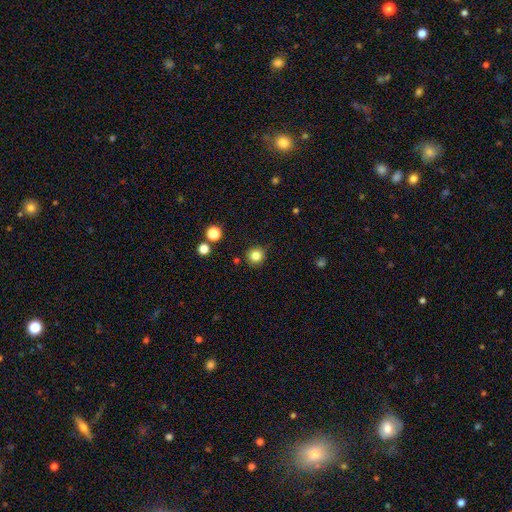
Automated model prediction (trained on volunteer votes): Smooth or featured? Predicted: smooth (p=0.83). How rounded? Predicted: round (p=0.93). Merging? Predicted: none (p=0.86).